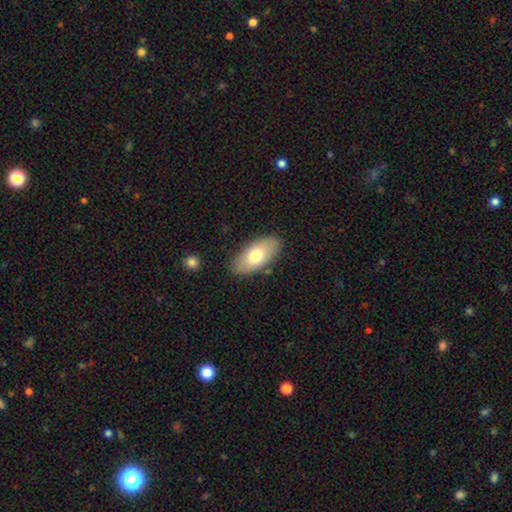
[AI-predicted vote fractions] Smooth or featured?
  - smooth: 72% *
  - featured or disk: 22%
  - star or artifact: 6%
How rounded?
  - in between: 92% *
  - cigar-shaped: 5%
  - round: 3%
Merging?
  - none: 85% *
  - minor disturbance: 11%
  - major disturbance: 3%
  - merger: 2%